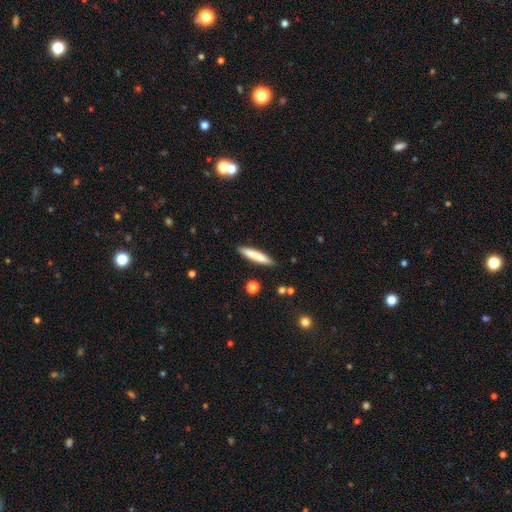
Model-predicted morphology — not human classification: A smooth galaxy with no disk features (77%) that is cigar-shaped (90%). Merging: none (88%).